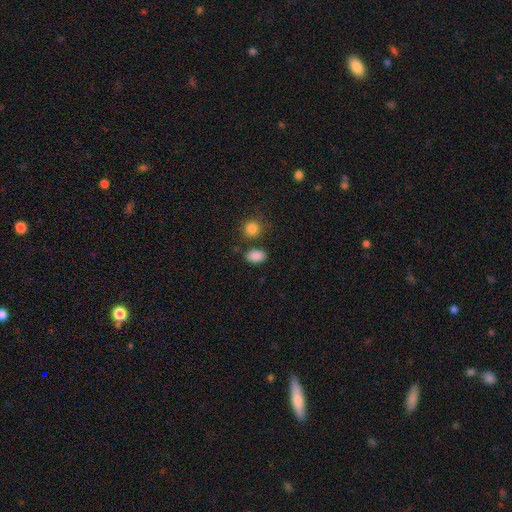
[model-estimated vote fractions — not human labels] Smooth or featured?
  - smooth: 87% *
  - star or artifact: 10%
  - featured or disk: 4%
How rounded?
  - in between: 82% *
  - round: 16%
  - cigar-shaped: 1%
Merging?
  - none: 77% *
  - minor disturbance: 12%
  - merger: 8%
  - major disturbance: 3%